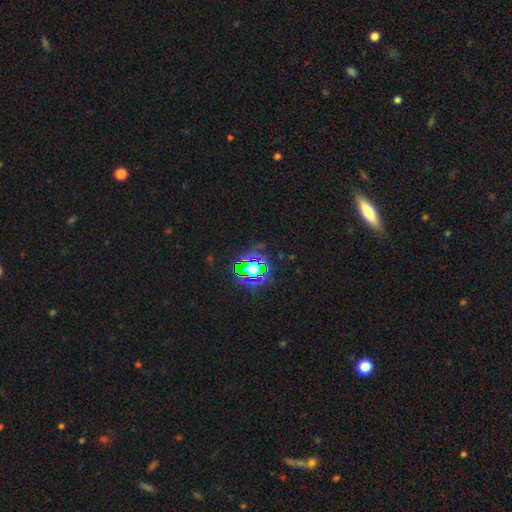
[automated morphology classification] A star or artifact, not a galaxy (75%).

Vote fractions:
- Smooth or featured? star or artifact: 75% / smooth: 15% / featured or disk: 10%